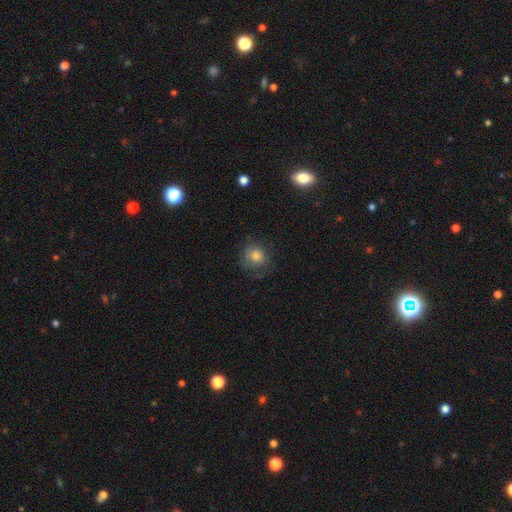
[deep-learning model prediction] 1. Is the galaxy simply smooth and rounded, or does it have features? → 70% smooth, 18% featured or disk, 12% star or artifact.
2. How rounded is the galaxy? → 85% round, 14% in between, 1% cigar-shaped.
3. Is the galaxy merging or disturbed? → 68% none, 20% minor disturbance, 11% major disturbance, 1% merger.